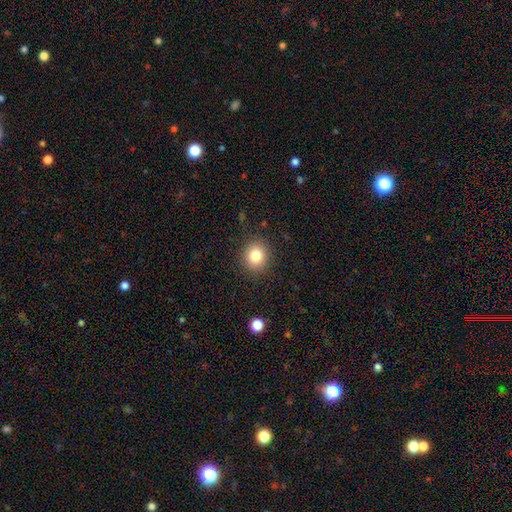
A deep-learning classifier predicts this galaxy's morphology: Smooth or featured: smooth — 81% (star or artifact — 11%)
How rounded: round — 77% (in between — 22%)
Merging: none — 89% (minor disturbance — 7%)